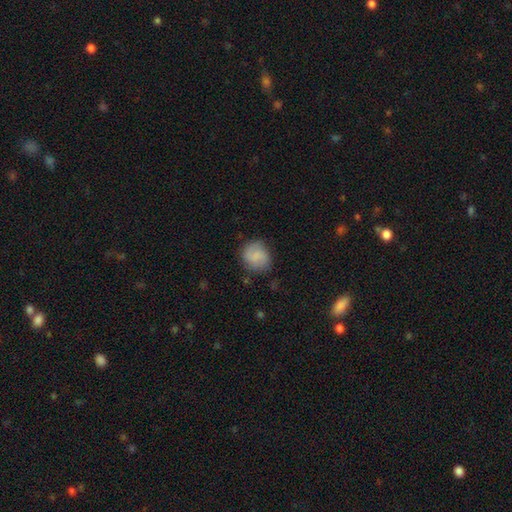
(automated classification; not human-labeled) A smooth galaxy with no disk features (70%) that is round (79%). Merging: none (71%).